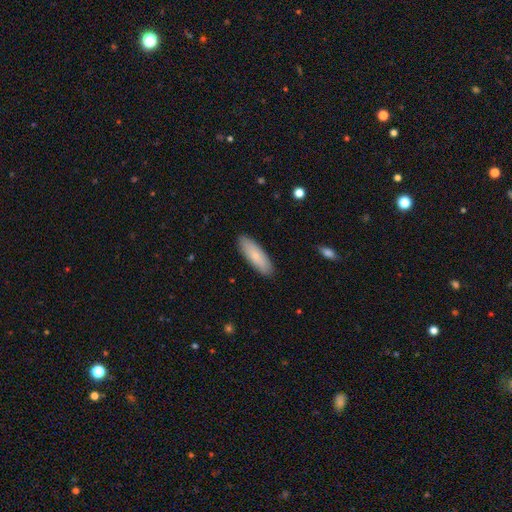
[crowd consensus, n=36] A smooth galaxy with no disk features (83%) that is in between round and cigar-shaped (63%). Merging: none (91%).